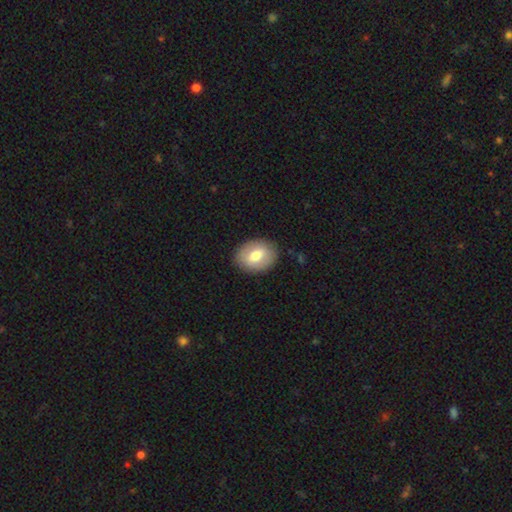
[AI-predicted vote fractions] This is likely a smooth galaxy (69%). How rounded: likely in between (71%). Merging: clearly none (86%).